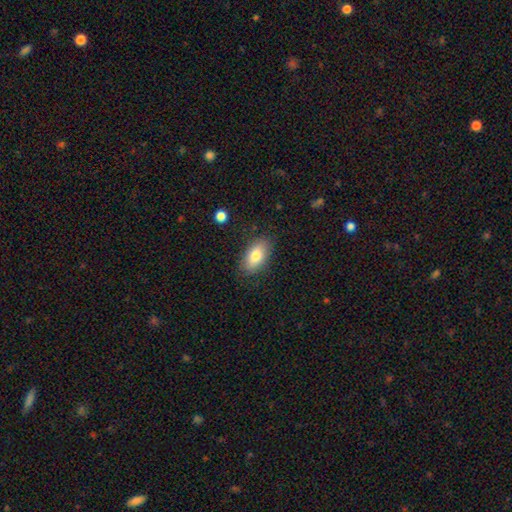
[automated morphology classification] smooth 79%, featured or disk 14%, star or artifact 7%. Down the decision tree: how rounded — in between (91%); merging — none (84%).